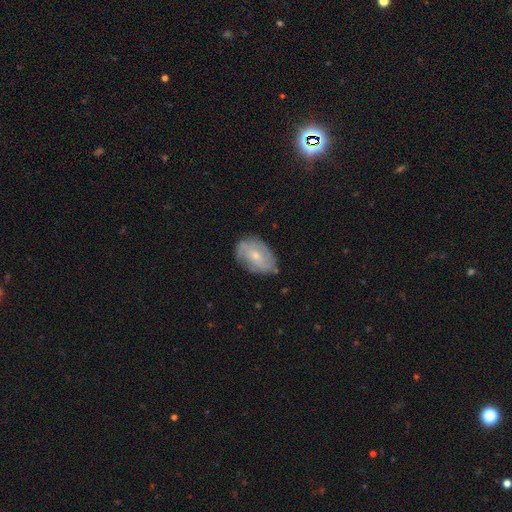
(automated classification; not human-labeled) Smooth or featured?
  - featured or disk: 55% *
  - smooth: 38%
  - star or artifact: 7%
Edge-on disk?
  - no: 95% *
  - yes: 5%
Bar?
  - no: 60% *
  - weak: 33%
  - strong: 7%
Spiral arms?
  - yes: 69% *
  - no: 31%
Bulge size?
  - small: 59% *
  - moderate: 36%
  - none: 3%
  - large: 1%
  - dominant: 1%
Merging?
  - none: 70% *
  - minor disturbance: 22%
  - major disturbance: 6%
  - merger: 2%